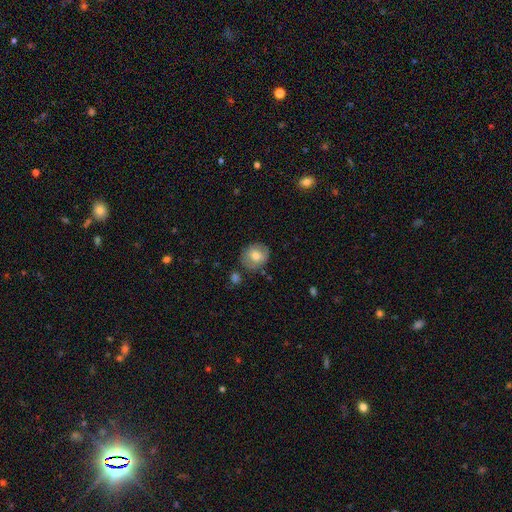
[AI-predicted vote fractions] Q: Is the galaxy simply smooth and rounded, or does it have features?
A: smooth — 73%.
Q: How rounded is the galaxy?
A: round — 76%.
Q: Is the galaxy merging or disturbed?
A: none — 79%.